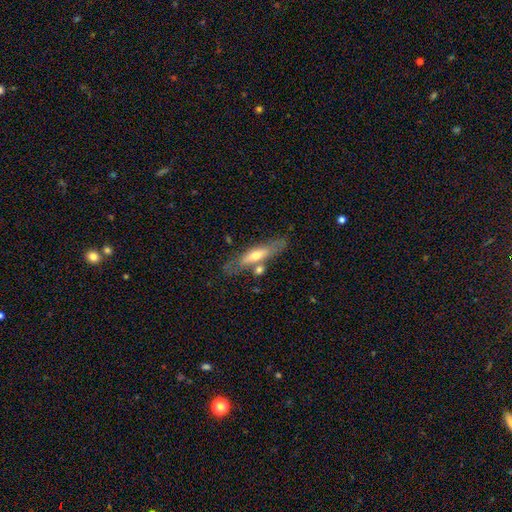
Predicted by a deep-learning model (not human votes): Overall: featured or disk (48%; smooth 46%). Merging: none (66%).